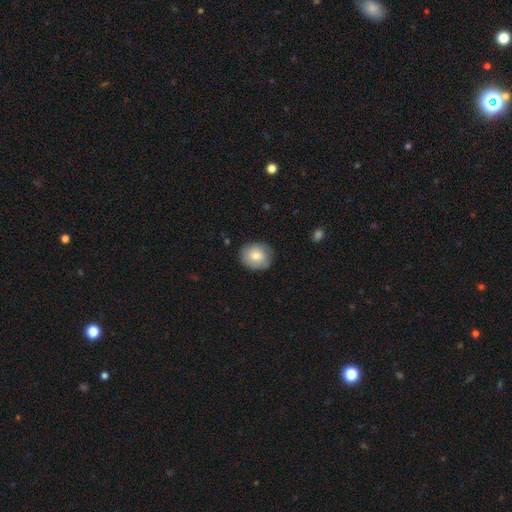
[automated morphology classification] Q: Smooth or featured?
A: smooth (75%); runner-up: featured or disk (18%)
Q: How rounded?
A: round (74%); runner-up: in between (25%)
Q: Merging?
A: none (79%); runner-up: minor disturbance (16%)